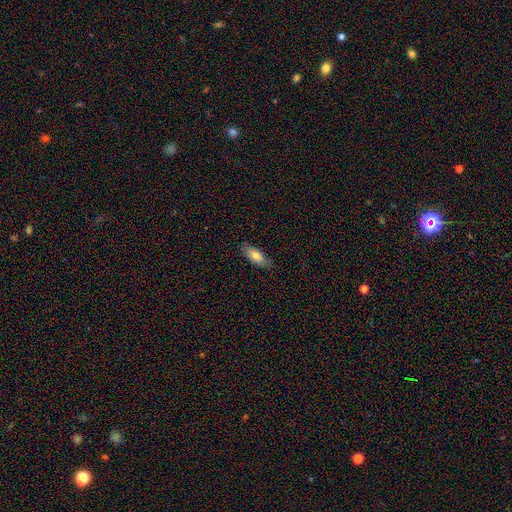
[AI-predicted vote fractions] A smooth galaxy with no disk features (75%) that is in between round and cigar-shaped (77%). Merging: none (83%).